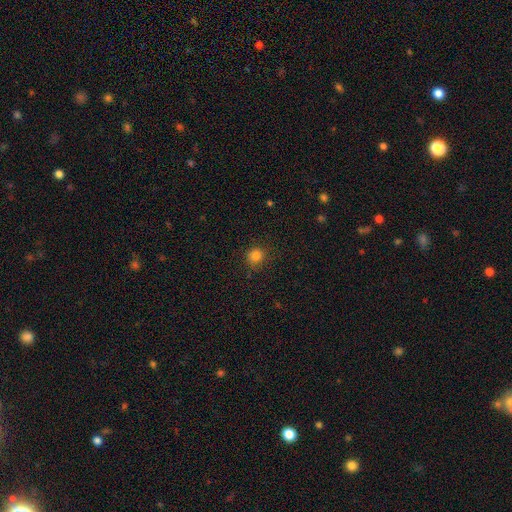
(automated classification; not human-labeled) A smooth galaxy with no disk features (83%) that is round (90%). Merging: none (83%).